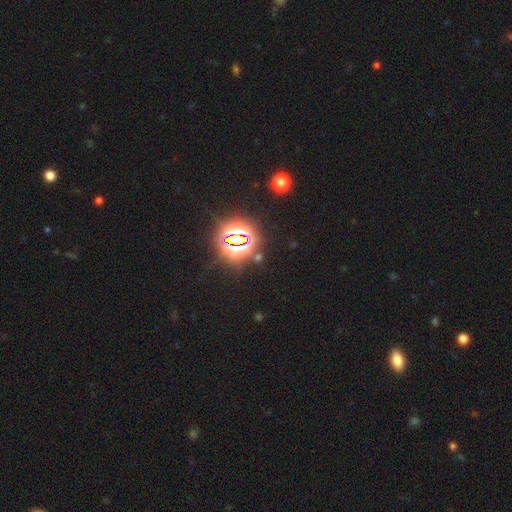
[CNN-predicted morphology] This is likely a star or artifact rather than a galaxy (80%).